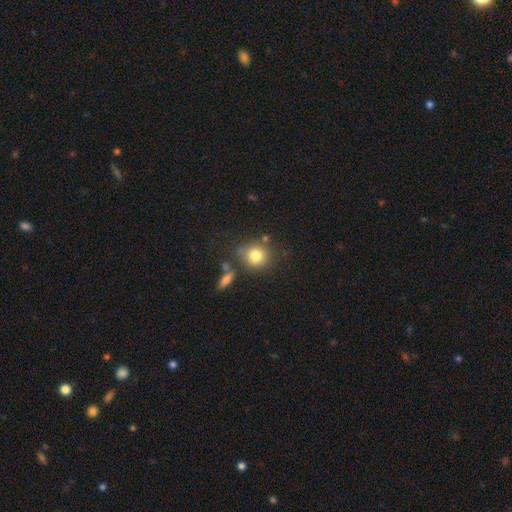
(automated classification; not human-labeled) A smooth galaxy with no disk features (80%) that is round (80%).

Vote fractions:
- Smooth or featured? smooth: 80% / star or artifact: 10% / featured or disk: 9%
- How rounded? round: 80% / in between: 19% / cigar-shaped: 1%
- Merging? none: 68% / minor disturbance: 16% / merger: 11% / major disturbance: 6%